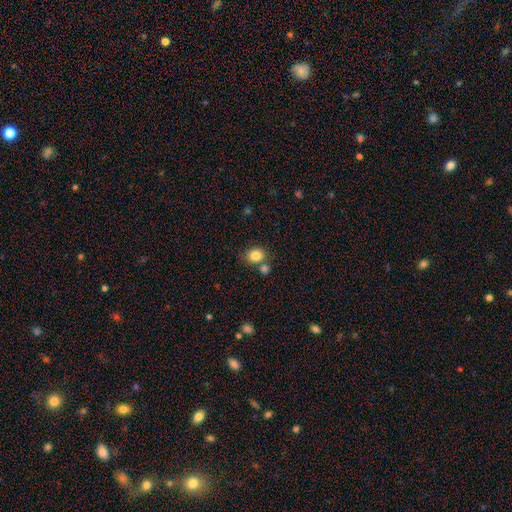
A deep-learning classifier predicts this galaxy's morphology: Smooth or featured: smooth — 83% (star or artifact — 10%)
How rounded: round — 60% (in between — 39%)
Merging: none — 65% (merger — 20%)